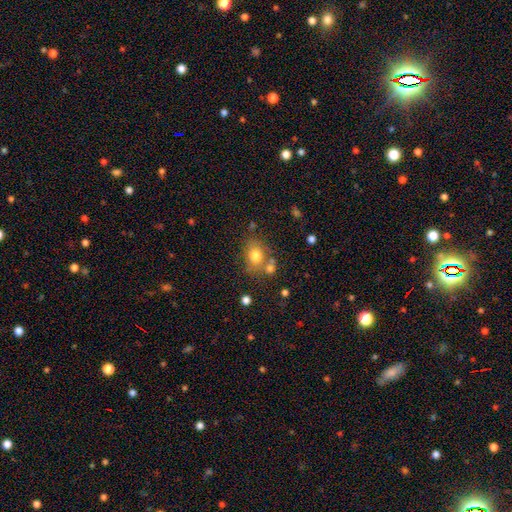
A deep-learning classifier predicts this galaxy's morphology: type=smooth (76%); roundness=round (50%); merging=none (60%).